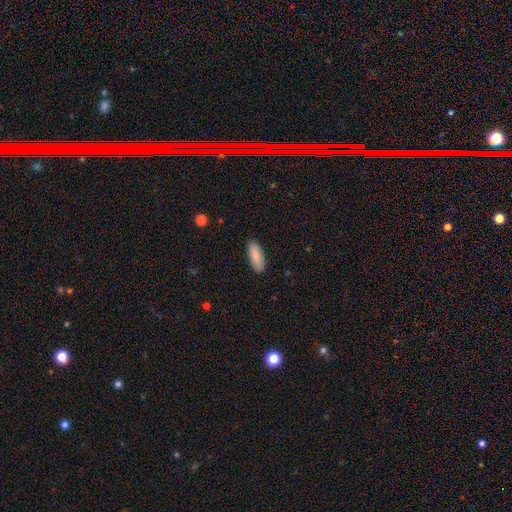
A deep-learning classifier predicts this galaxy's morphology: type=smooth (87%); roundness=in between (71%); merging=none (89%).